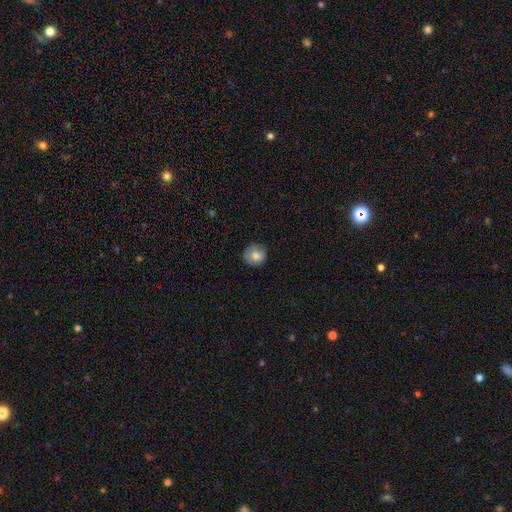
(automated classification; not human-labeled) A smooth galaxy with no disk features (82%) that is round (89%). Merging: none (81%).